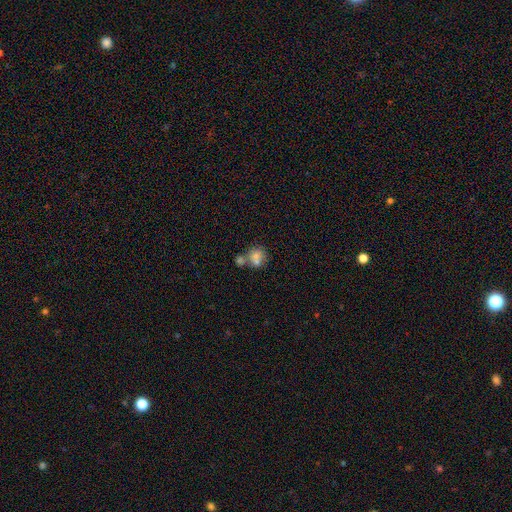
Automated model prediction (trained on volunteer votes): This is likely a smooth galaxy (68%). How rounded: likely round (78%). Merging: marginally merger (45%).